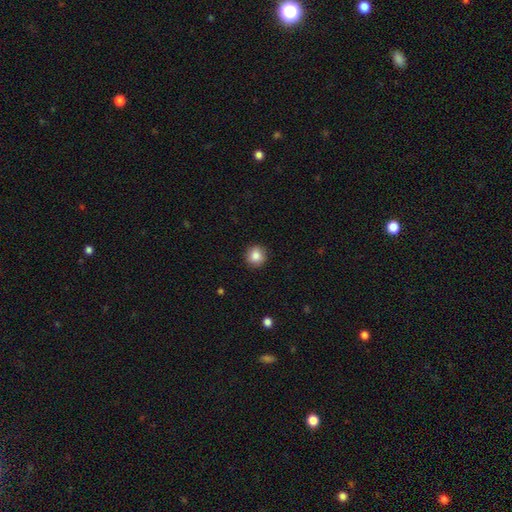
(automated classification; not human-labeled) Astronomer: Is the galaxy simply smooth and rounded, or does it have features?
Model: smooth — 86%.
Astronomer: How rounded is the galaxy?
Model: round — 91%.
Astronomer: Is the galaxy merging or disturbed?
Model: none — 91%.